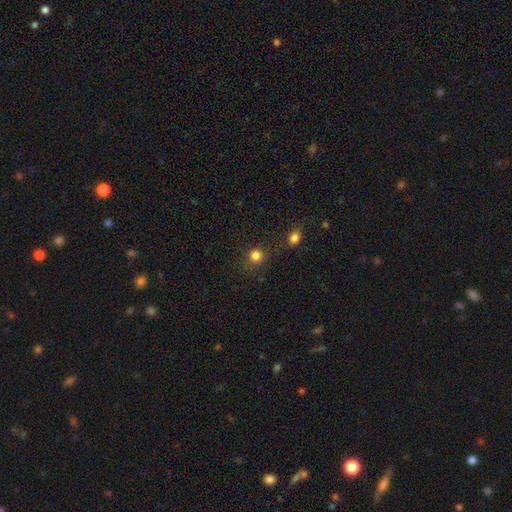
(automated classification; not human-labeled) A smooth galaxy with no disk features (82%) that is round (89%). Merging: none (80%).